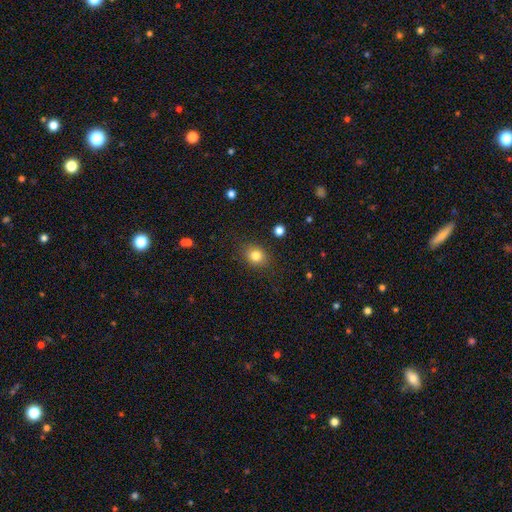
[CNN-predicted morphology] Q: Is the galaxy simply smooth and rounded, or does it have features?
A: smooth — 82%.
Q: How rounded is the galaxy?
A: round — 64%.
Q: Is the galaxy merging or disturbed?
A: none — 86%.